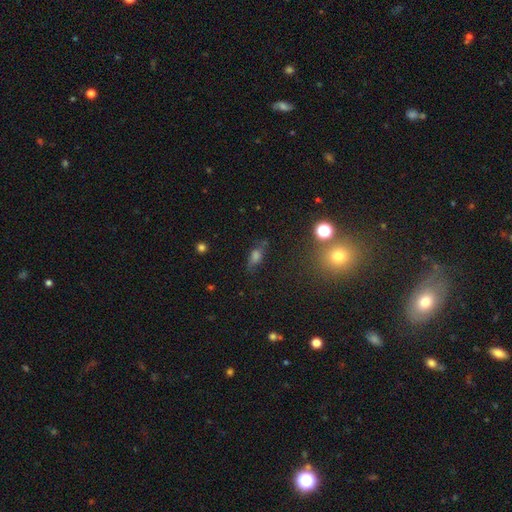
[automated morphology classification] Smooth or featured? smooth (50%)
How rounded? in between (64%)
Merging? none (65%)